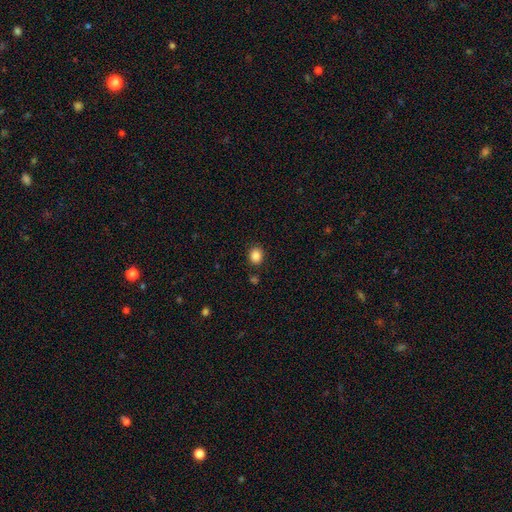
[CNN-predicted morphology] Overall: smooth (87%). How rounded: round (64%; in between 35%). Merging: none (87%).